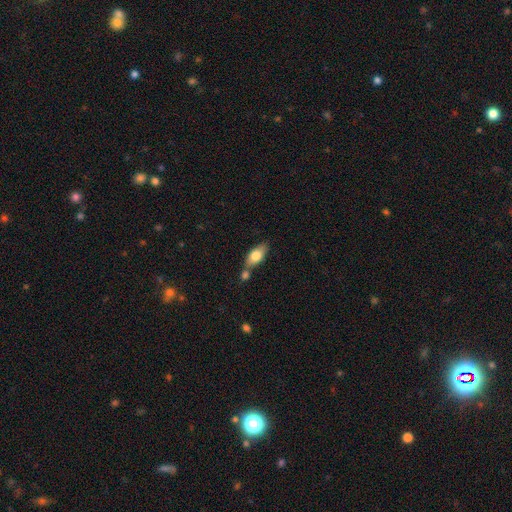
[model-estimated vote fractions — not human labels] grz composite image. It shows a smooth galaxy with no disk features (74%) that is in between round and cigar-shaped (84%). Merging: none (51%).